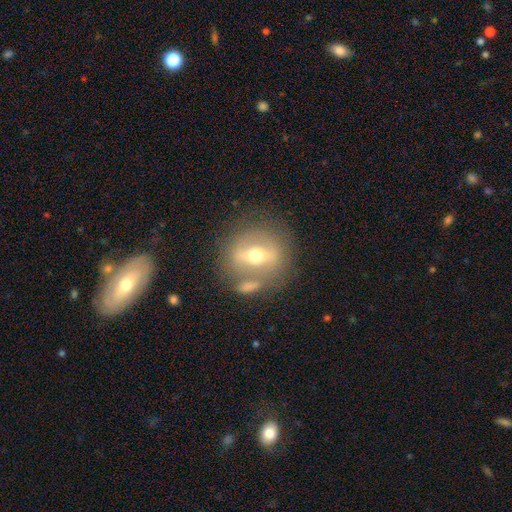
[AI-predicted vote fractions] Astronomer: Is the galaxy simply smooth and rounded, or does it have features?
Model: featured or disk — 63%.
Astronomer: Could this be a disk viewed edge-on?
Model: no — 76%.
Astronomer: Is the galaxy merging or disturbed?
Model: none — 67%.